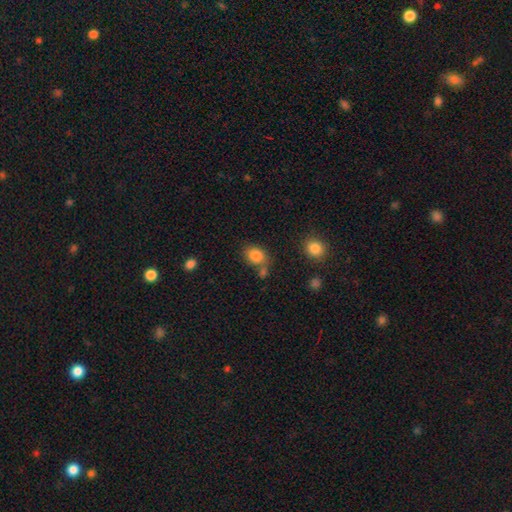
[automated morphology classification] smooth_or_featured: smooth (p=0.84) [alt: star or artifact p=0.10]
how_rounded: in between (p=0.52) [alt: round p=0.47]
merging: none (p=0.64) [alt: merger p=0.17]